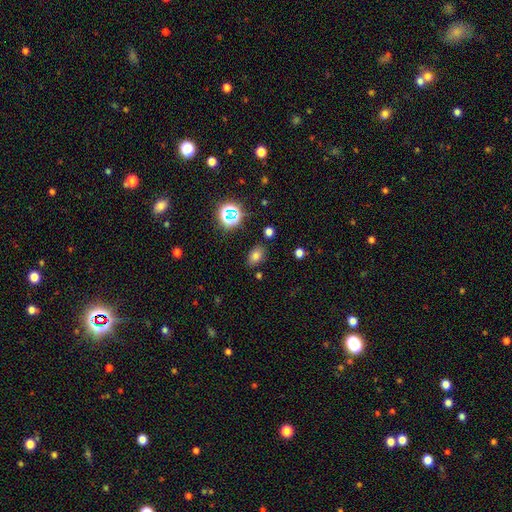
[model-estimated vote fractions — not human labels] Overall: smooth (72%). How rounded: in between (80%). Merging: none (82%).